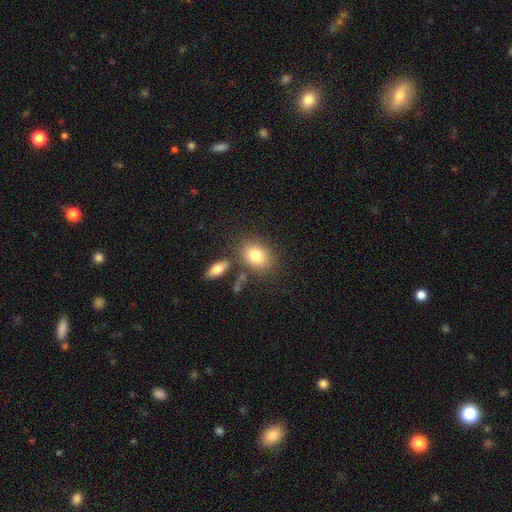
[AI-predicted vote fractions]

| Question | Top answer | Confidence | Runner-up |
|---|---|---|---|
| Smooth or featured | smooth | 80% | featured or disk (12%) |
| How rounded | in between | 69% | round (30%) |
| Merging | none | 71% | minor disturbance (12%) |